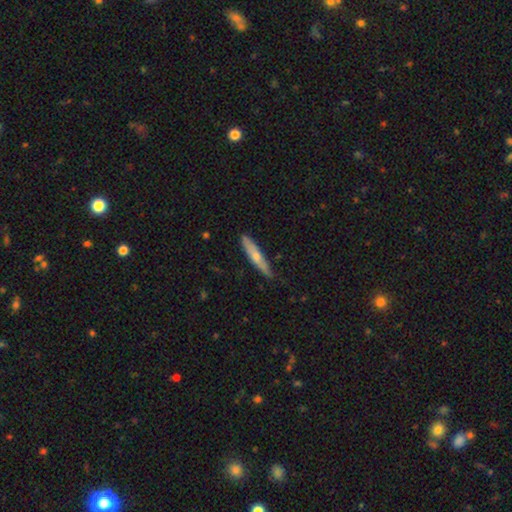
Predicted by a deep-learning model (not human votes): The model was most divided on "smooth or featured": smooth: 49%, featured or disk: 45%, star or artifact: 6%. More confident: merging — none (86%).